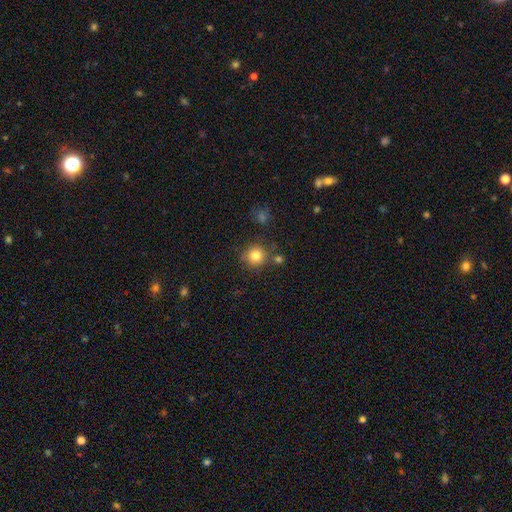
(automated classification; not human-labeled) Overall: smooth (82%). How rounded: round (91%). Merging: none (77%).